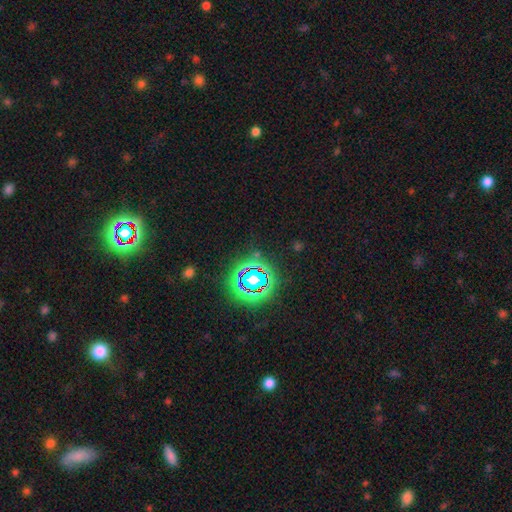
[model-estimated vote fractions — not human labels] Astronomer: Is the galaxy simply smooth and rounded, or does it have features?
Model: star or artifact — 76%.